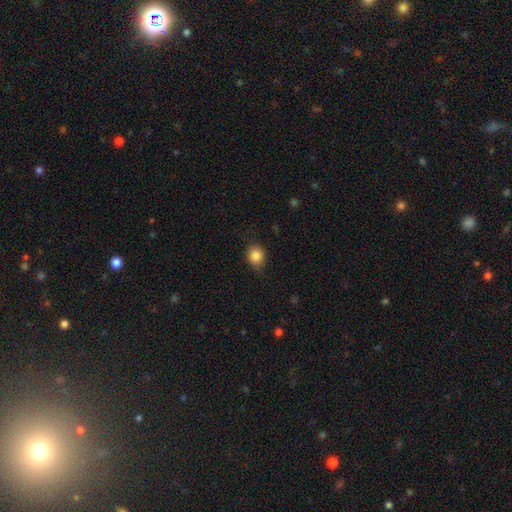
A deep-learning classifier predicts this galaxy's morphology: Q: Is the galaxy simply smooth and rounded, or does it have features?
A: smooth — 85%.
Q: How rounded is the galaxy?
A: round — 72%.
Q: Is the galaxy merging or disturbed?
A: none — 77%.